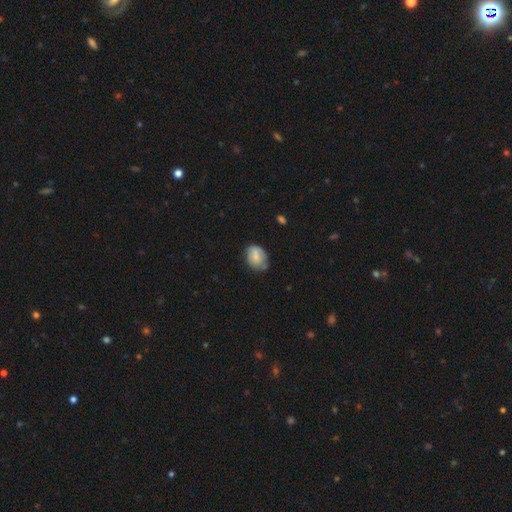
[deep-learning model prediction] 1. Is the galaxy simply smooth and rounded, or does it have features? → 68% smooth, 25% featured or disk, 8% star or artifact.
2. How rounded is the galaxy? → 67% in between, 32% round, 1% cigar-shaped.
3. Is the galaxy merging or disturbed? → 56% none, 32% minor disturbance, 9% major disturbance, 3% merger.